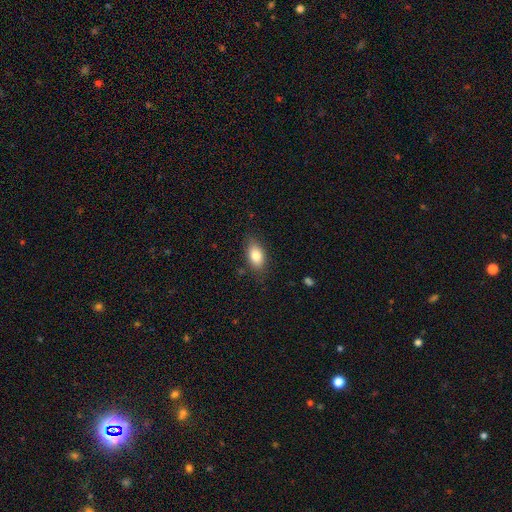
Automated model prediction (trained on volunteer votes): A smooth galaxy with no disk features (82%) that is in between round and cigar-shaped (88%).

Vote fractions:
- Smooth or featured? smooth: 82% / featured or disk: 10% / star or artifact: 8%
- How rounded? in between: 88% / round: 8% / cigar-shaped: 4%
- Merging? none: 81% / minor disturbance: 14% / major disturbance: 3% / merger: 1%